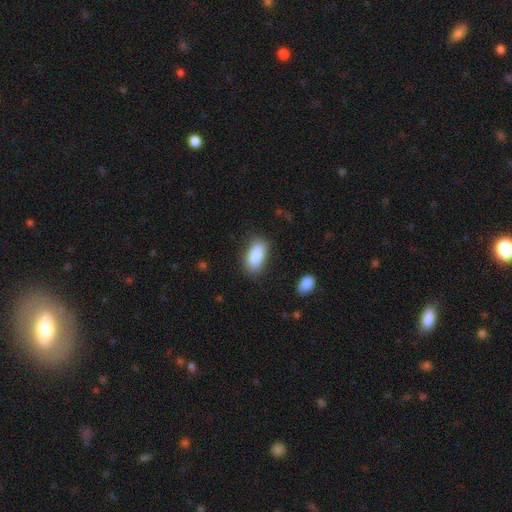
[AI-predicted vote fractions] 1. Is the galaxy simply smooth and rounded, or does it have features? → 85% smooth, 8% featured or disk, 7% star or artifact.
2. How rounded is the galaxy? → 90% in between, 6% cigar-shaped, 4% round.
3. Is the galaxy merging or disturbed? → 79% none, 15% minor disturbance, 4% major disturbance, 2% merger.